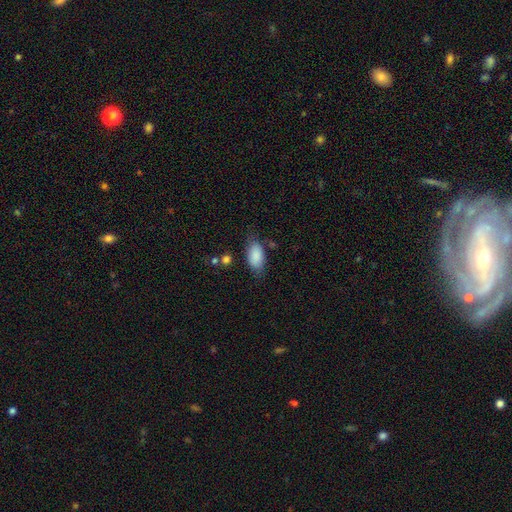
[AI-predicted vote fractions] smooth-or-featured: smooth: 87% | star or artifact: 7% | featured or disk: 6%
  how-rounded: in between: 92% | cigar-shaped: 5% | round: 4%
  merging: none: 70% | minor disturbance: 21% | major disturbance: 6% | merger: 3%